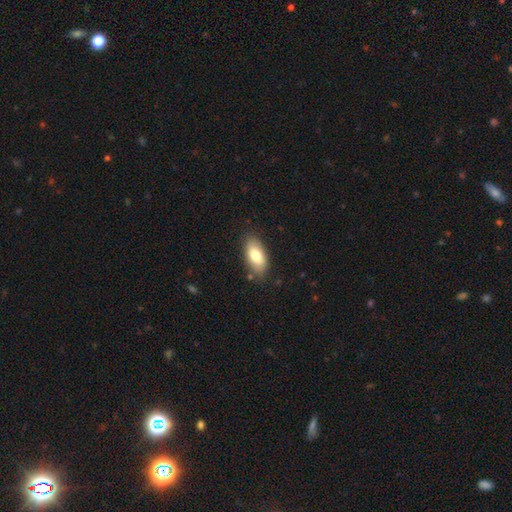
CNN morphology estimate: This is likely a smooth galaxy (79%). How rounded: clearly in between (90%). Merging: clearly none (80%).